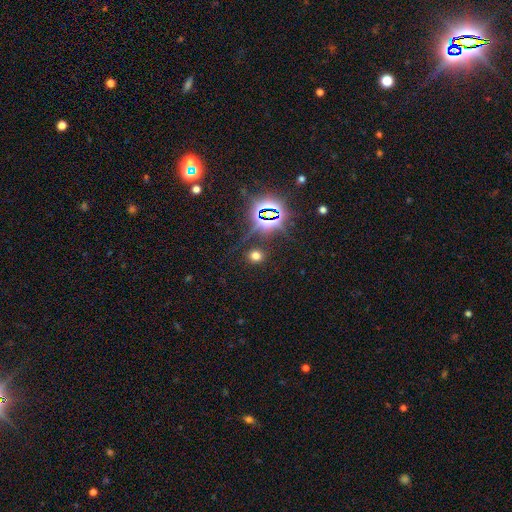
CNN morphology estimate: Smooth or featured?
  - smooth: 60% *
  - star or artifact: 33%
  - featured or disk: 7%
How rounded?
  - round: 77% *
  - in between: 21%
  - cigar-shaped: 1%
Merging?
  - none: 85% *
  - minor disturbance: 8%
  - major disturbance: 4%
  - merger: 3%